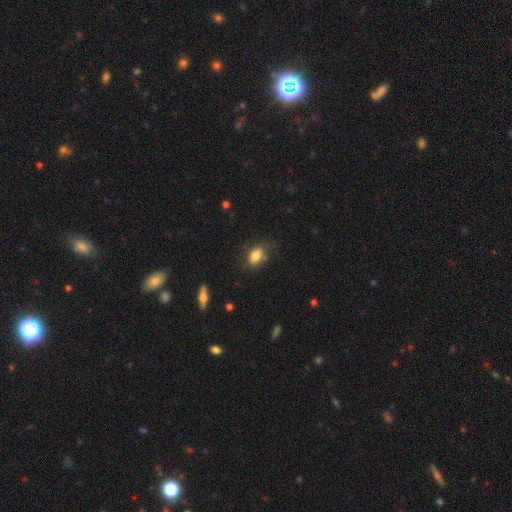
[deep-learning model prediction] A smooth galaxy with no disk features (75%) that is in between round and cigar-shaped (81%). Merging: none (58%).